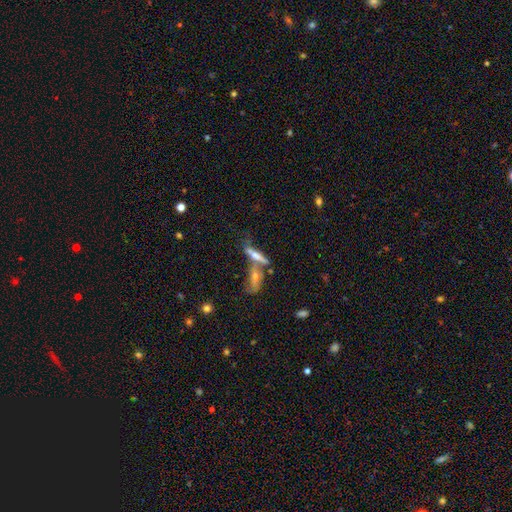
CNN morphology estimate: A featured or disk galaxy (47%).

Vote fractions:
- Smooth or featured? featured or disk: 47% / smooth: 43% / star or artifact: 10%
- Merging? merger: 48% / none: 35% / minor disturbance: 10% / major disturbance: 6%